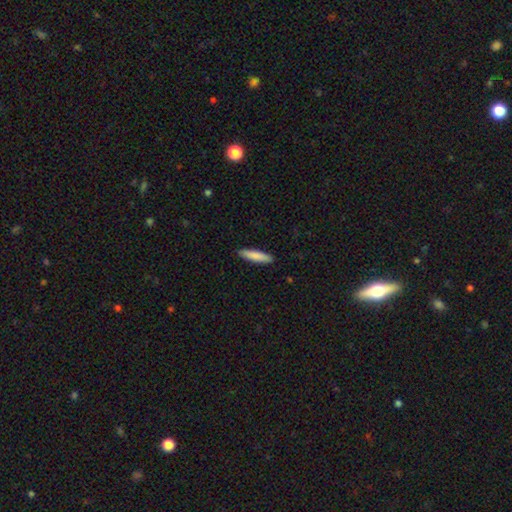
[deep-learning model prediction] smooth_or_featured: smooth (p=0.84) [alt: featured or disk p=0.10]
how_rounded: cigar-shaped (p=0.82) [alt: in between p=0.17]
merging: none (p=0.90) [alt: minor disturbance p=0.07]